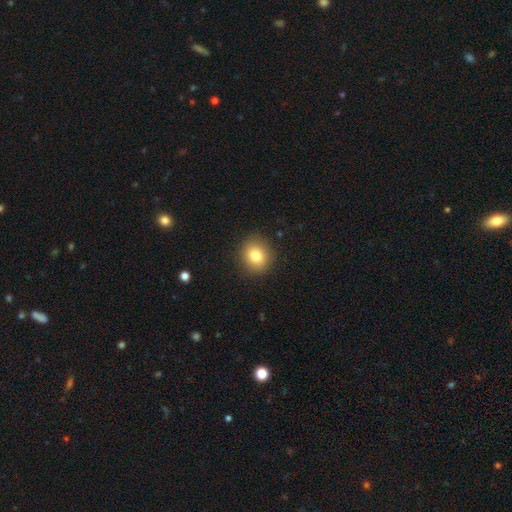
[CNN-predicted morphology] smooth 82%, star or artifact 10%, featured or disk 8%. Down the decision tree: how rounded — round (78%); merging — none (89%).